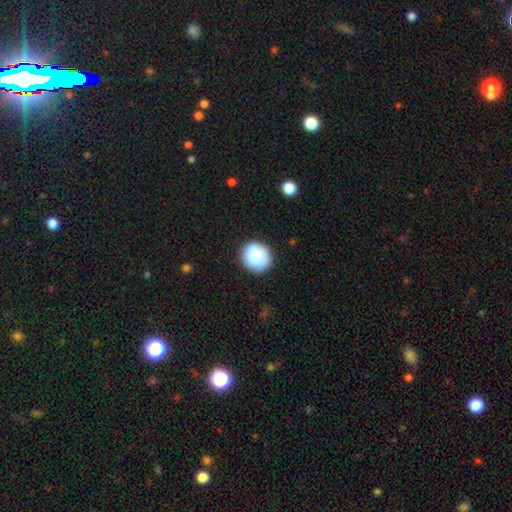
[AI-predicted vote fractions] This is clearly a smooth galaxy (87%). How rounded: clearly round (85%). Merging: clearly none (86%).